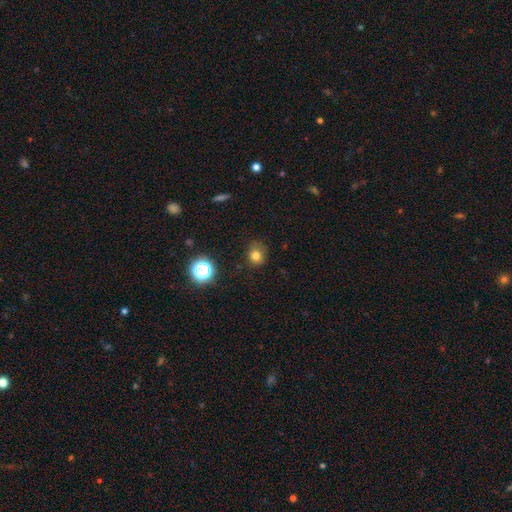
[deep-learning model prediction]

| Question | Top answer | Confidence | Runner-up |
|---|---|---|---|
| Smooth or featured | smooth | 76% | star or artifact (17%) |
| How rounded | round | 72% | in between (27%) |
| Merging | none | 70% | minor disturbance (21%) |